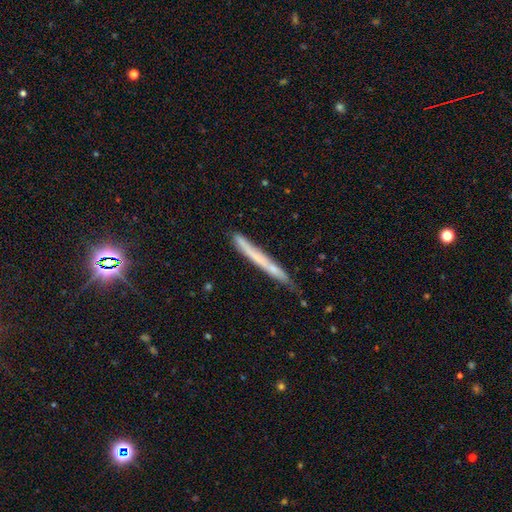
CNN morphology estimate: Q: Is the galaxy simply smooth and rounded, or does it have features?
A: smooth — 50%.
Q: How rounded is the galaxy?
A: cigar-shaped — 97%.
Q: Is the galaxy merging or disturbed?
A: none — 72%.